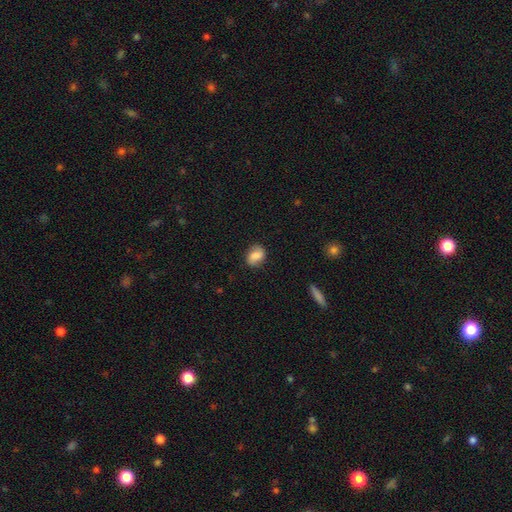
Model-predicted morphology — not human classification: The model was most divided on "how rounded": in between: 57%, round: 42%, cigar-shaped: 2%. More confident: merging — none (79%); smooth or featured — smooth (67%).